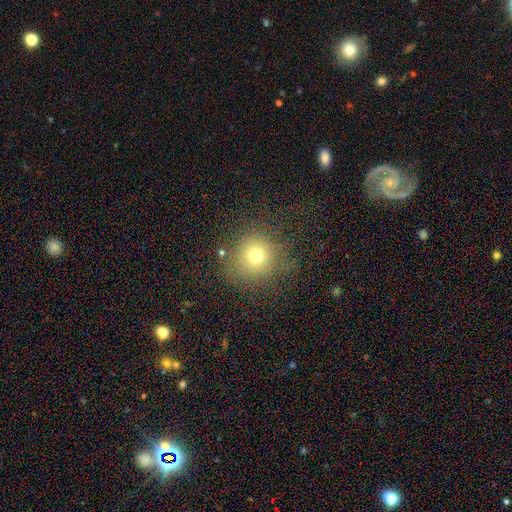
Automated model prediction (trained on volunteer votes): This is likely a smooth galaxy (70%). How rounded: clearly round (89%). Merging: likely none (75%).